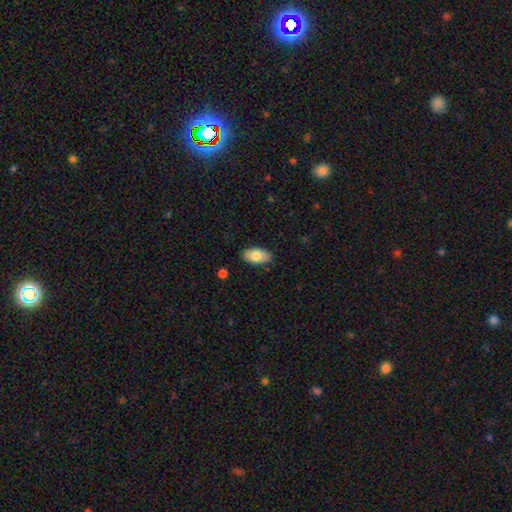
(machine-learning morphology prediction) Smooth or featured?
  - smooth: 78% *
  - featured or disk: 16%
  - star or artifact: 6%
How rounded?
  - in between: 94% *
  - round: 4%
  - cigar-shaped: 2%
Merging?
  - none: 86% *
  - minor disturbance: 11%
  - major disturbance: 2%
  - merger: 1%